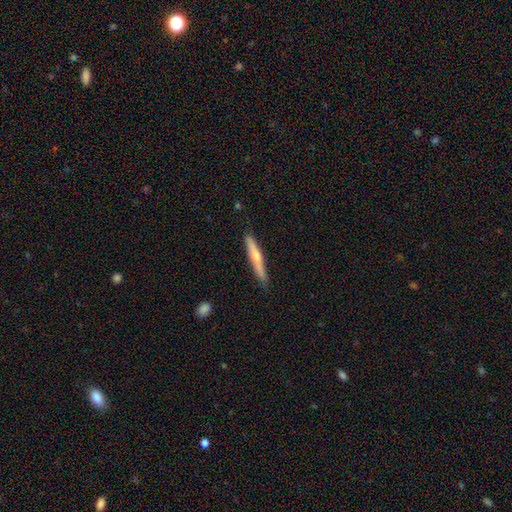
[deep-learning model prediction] Q: Smooth or featured?
A: featured or disk (60%); runner-up: smooth (33%)
Q: Edge-on disk?
A: yes (95%); runner-up: no (5%)
Q: Edge-on bulge?
A: rounded (83%); runner-up: none (13%)
Q: Merging?
A: none (89%); runner-up: minor disturbance (8%)